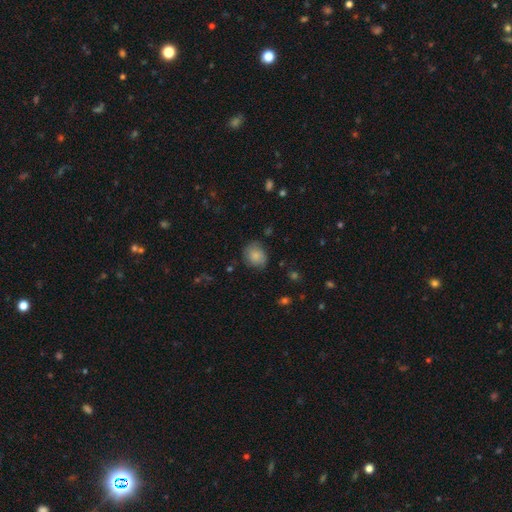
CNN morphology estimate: The model was most divided on "how rounded": round: 67%, in between: 32%, cigar-shaped: 1%. More confident: smooth or featured — smooth (78%); merging — none (70%).